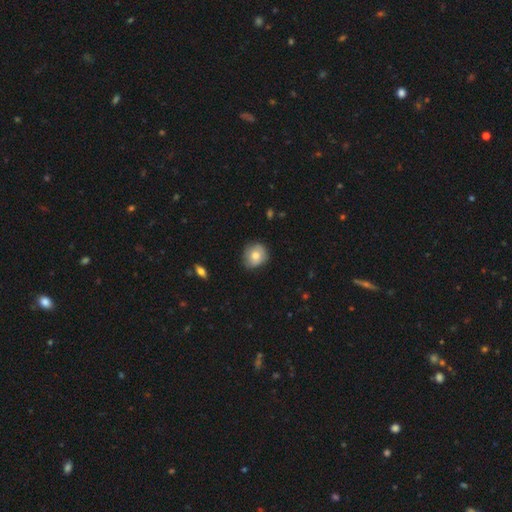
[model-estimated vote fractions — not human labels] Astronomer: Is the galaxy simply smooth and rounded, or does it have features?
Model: smooth — 73%.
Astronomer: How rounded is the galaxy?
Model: round — 78%.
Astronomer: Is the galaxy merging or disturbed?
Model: none — 74%.